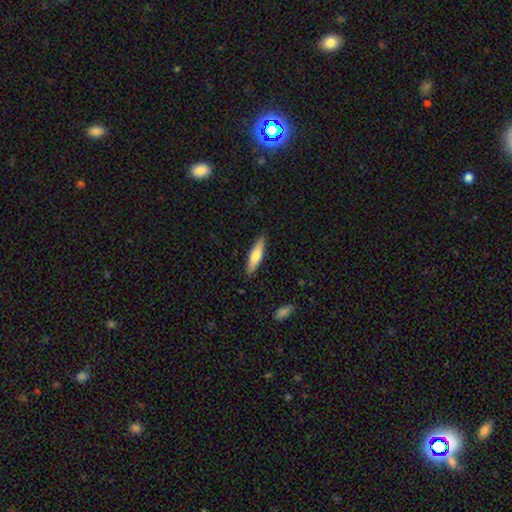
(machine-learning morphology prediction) smooth-or-featured: smooth: 61% | featured or disk: 34% | star or artifact: 6%
  how-rounded: cigar-shaped: 73% | in between: 25% | round: 2%
  merging: none: 88% | minor disturbance: 9% | major disturbance: 2% | merger: 1%